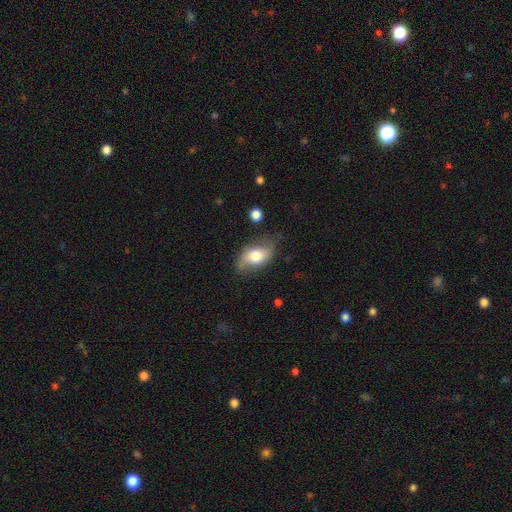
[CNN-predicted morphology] Smooth or featured? smooth (58%)
How rounded? in between (90%)
Merging? none (60%)